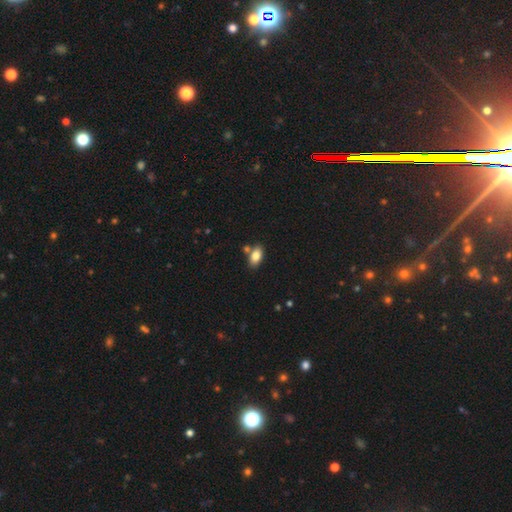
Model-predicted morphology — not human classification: Smooth or featured?
  - smooth: 84% *
  - featured or disk: 9%
  - star or artifact: 8%
How rounded?
  - in between: 92% *
  - round: 5%
  - cigar-shaped: 3%
Merging?
  - none: 71% *
  - merger: 15%
  - minor disturbance: 12%
  - major disturbance: 3%